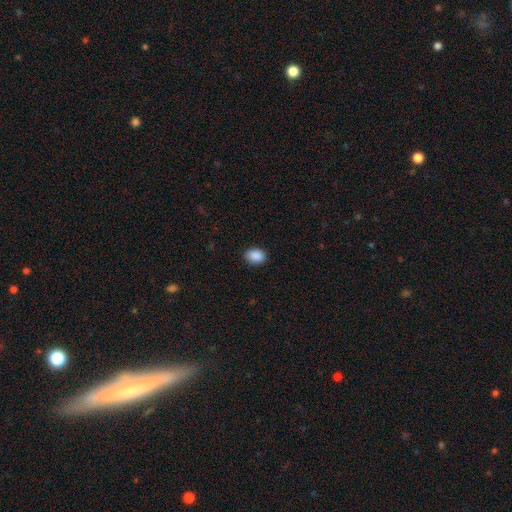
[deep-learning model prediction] smooth-or-featured: smooth: 89% | star or artifact: 8% | featured or disk: 3%
  how-rounded: in between: 73% | round: 26% | cigar-shaped: 1%
  merging: none: 88% | minor disturbance: 9% | major disturbance: 2% | merger: 1%